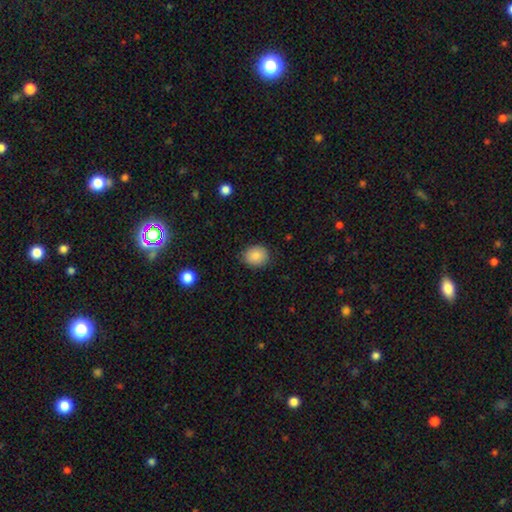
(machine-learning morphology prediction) Smooth or featured? Predicted: smooth (p=0.87). How rounded? Predicted: round (p=0.64). Merging? Predicted: none (p=0.86).